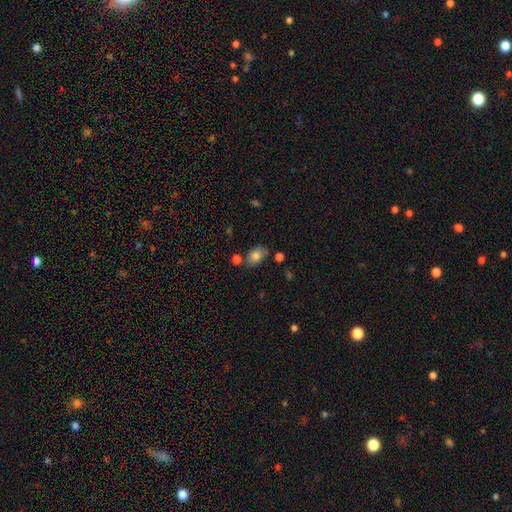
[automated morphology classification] A smooth galaxy with no disk features (80%) that is in between round and cigar-shaped (79%).

Vote fractions:
- Smooth or featured? smooth: 80% / featured or disk: 11% / star or artifact: 9%
- How rounded? in between: 79% / round: 19% / cigar-shaped: 1%
- Merging? none: 72% / minor disturbance: 15% / merger: 9% / major disturbance: 4%